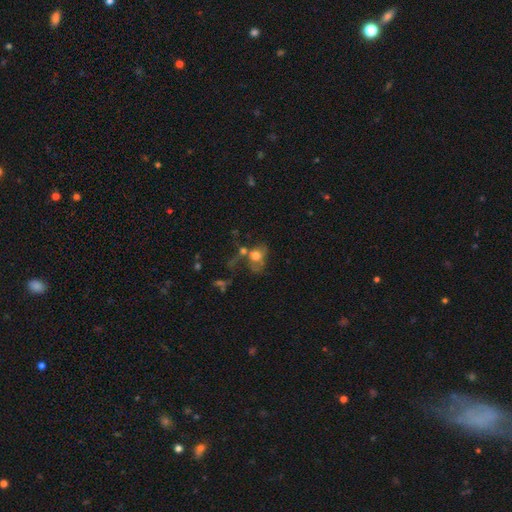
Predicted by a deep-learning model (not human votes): Q: Smooth or featured?
A: smooth (58%); runner-up: featured or disk (29%)
Q: How rounded?
A: in between (53%); runner-up: round (45%)
Q: Merging?
A: merger (37%); runner-up: major disturbance (25%)